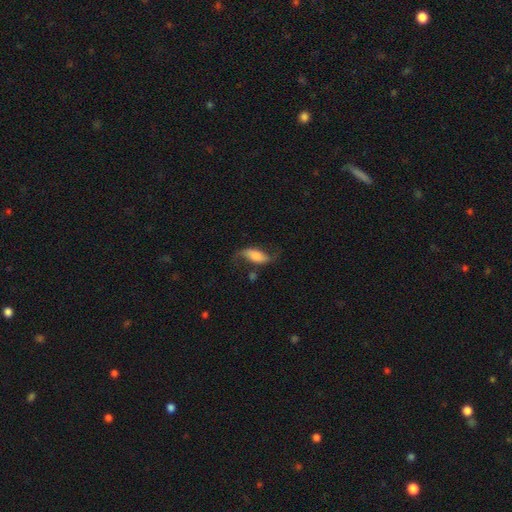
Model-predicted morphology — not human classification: The model was most divided on "bulge size": moderate: 25%, small: 24%, large: 24%, none: 17%, dominant: 10%. Remaining: spiral arms — yes (91%); edge-on disk — no (88%); merging — none (60%); smooth or featured — featured or disk (60%); bar — no (49%).